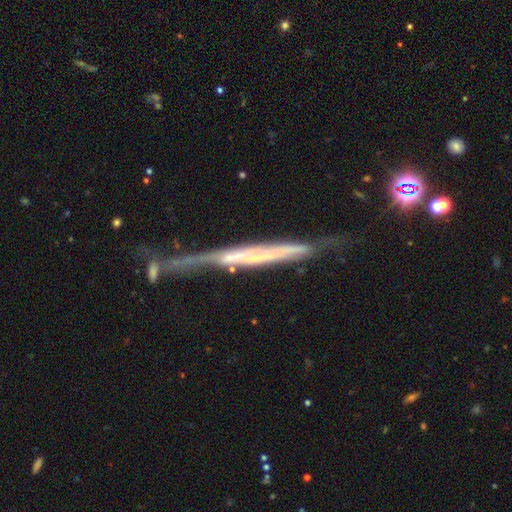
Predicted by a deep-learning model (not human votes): This appears to be a featured or disk galaxy (71%) viewed edge-on (91%) with no central bulge (71%). Merging: none (48%).